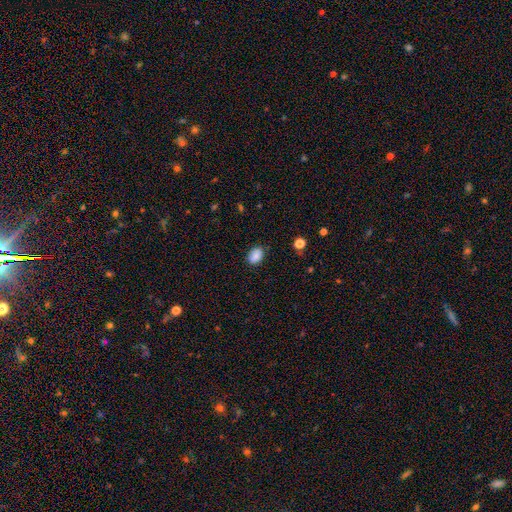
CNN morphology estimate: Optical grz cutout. It shows a smooth galaxy with no disk features (88%) that is in between round and cigar-shaped (80%). Merging: none (82%).